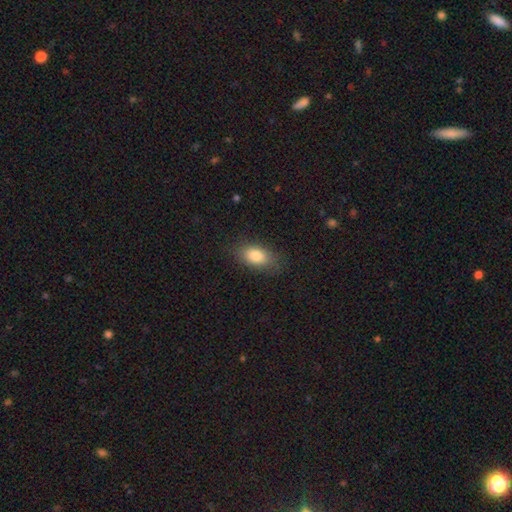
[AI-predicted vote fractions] Overall: smooth (82%). How rounded: in between (88%). Merging: none (79%).